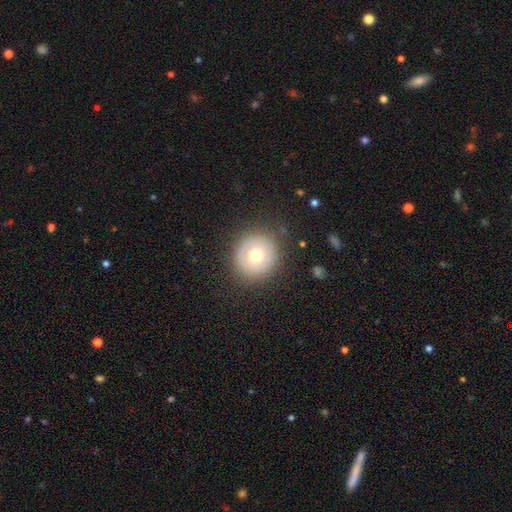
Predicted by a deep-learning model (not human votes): Q: Smooth or featured?
A: smooth (63%); runner-up: featured or disk (28%)
Q: How rounded?
A: round (92%); runner-up: in between (7%)
Q: Merging?
A: none (83%); runner-up: minor disturbance (11%)